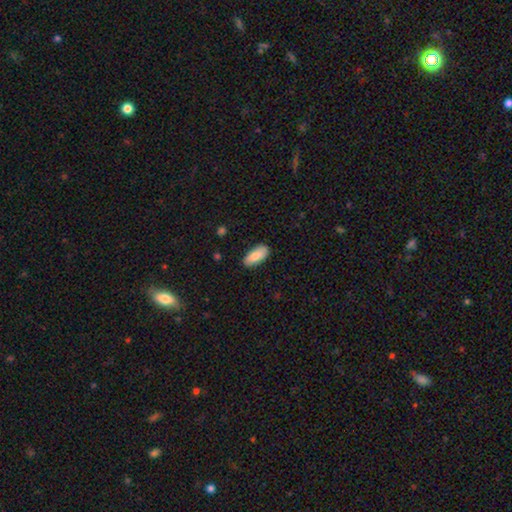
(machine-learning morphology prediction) This is clearly a smooth galaxy (87%). How rounded: clearly in between (88%). Merging: clearly none (86%).